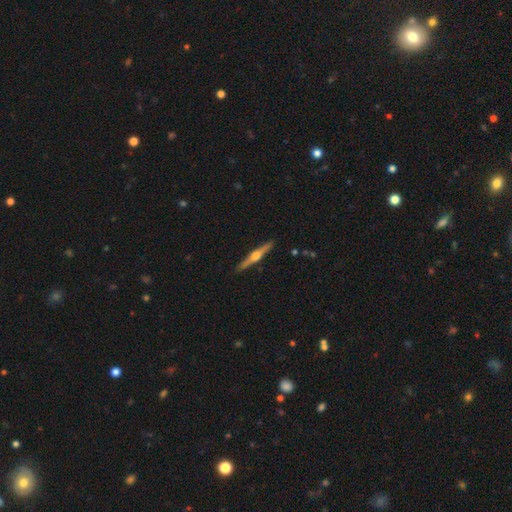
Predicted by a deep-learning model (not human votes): Q: Smooth or featured?
A: featured or disk (76%); runner-up: smooth (19%)
Q: Edge-on disk?
A: yes (98%); runner-up: no (2%)
Q: Edge-on bulge?
A: rounded (93%); runner-up: boxy (4%)
Q: Merging?
A: none (91%); runner-up: minor disturbance (6%)